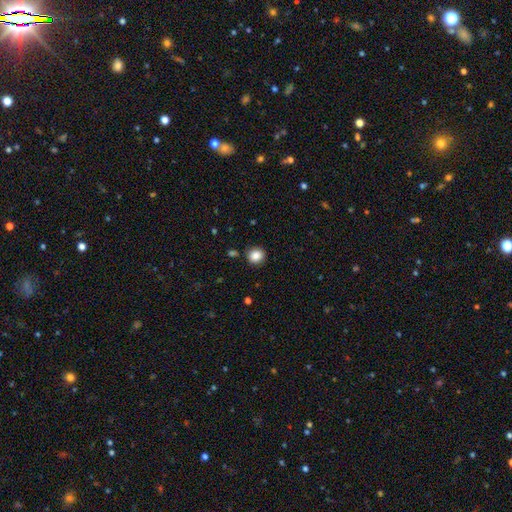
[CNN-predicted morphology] smooth 86%, star or artifact 10%, featured or disk 4%. Down the decision tree: how rounded — round (86%); merging — none (88%).